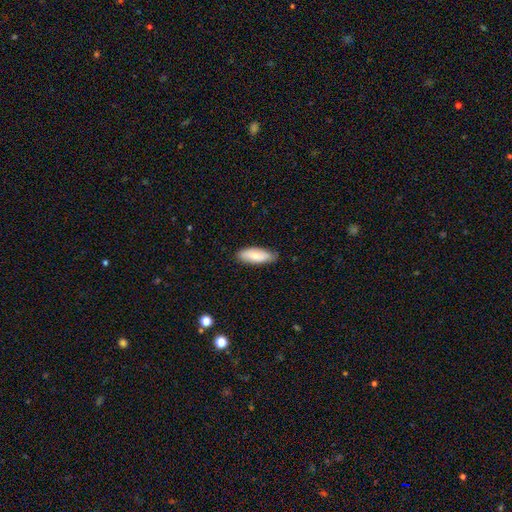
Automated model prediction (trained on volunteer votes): Q: Smooth or featured?
A: smooth (75%); runner-up: featured or disk (19%)
Q: How rounded?
A: in between (74%); runner-up: cigar-shaped (24%)
Q: Merging?
A: none (79%); runner-up: minor disturbance (18%)